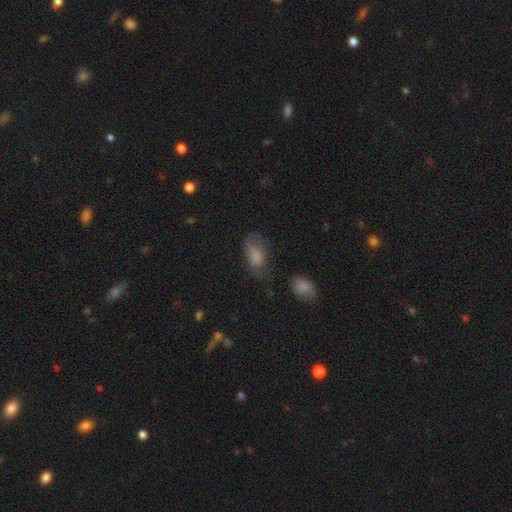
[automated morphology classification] smooth_or_featured: smooth (p=0.68) [alt: featured or disk p=0.22]
how_rounded: in between (p=0.90) [alt: round p=0.07]
merging: none (p=0.40) [alt: minor disturbance p=0.29]